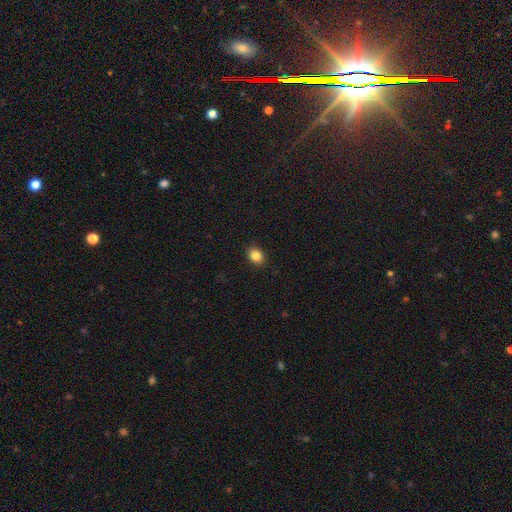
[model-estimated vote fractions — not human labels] smooth 85%, star or artifact 10%, featured or disk 6%. Down the decision tree: how rounded — in between (56%); merging — none (90%).